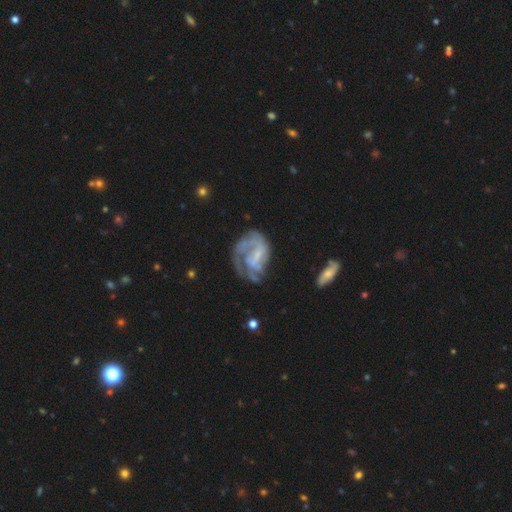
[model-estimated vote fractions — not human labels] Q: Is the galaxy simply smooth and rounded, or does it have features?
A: featured or disk — 74%.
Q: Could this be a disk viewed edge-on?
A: no — 97%.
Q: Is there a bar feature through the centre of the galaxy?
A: weak — 43%.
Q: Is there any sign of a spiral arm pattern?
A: yes — 78%.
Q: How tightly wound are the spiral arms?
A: tight — 42%.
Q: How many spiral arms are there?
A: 1 — 32%.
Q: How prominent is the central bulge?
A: none — 40%.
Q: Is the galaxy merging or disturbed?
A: none — 40%.